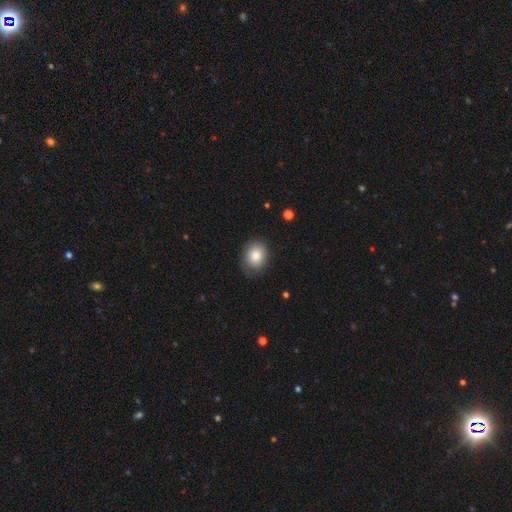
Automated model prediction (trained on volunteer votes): Smooth or featured: smooth — 83% (featured or disk — 9%)
How rounded: in between — 53% (round — 46%)
Merging: none — 80% (minor disturbance — 16%)